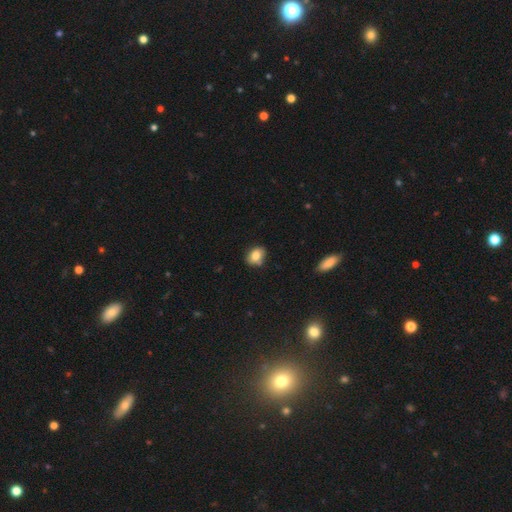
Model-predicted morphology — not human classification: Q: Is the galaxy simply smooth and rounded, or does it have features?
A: smooth — 82%.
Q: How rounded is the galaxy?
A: in between — 63%.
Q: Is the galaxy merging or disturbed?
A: none — 75%.